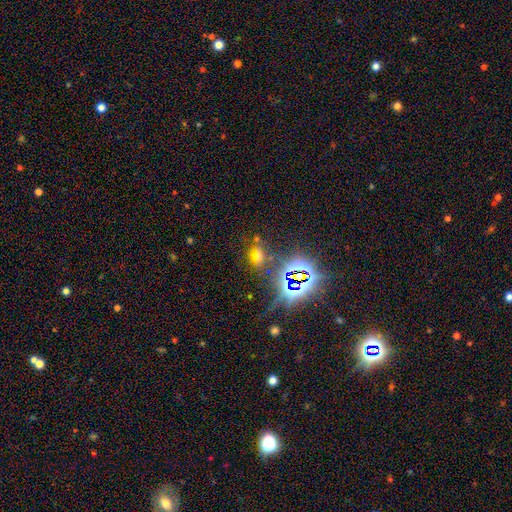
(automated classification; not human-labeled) smooth-or-featured: star or artifact: 54% | smooth: 33% | featured or disk: 13%